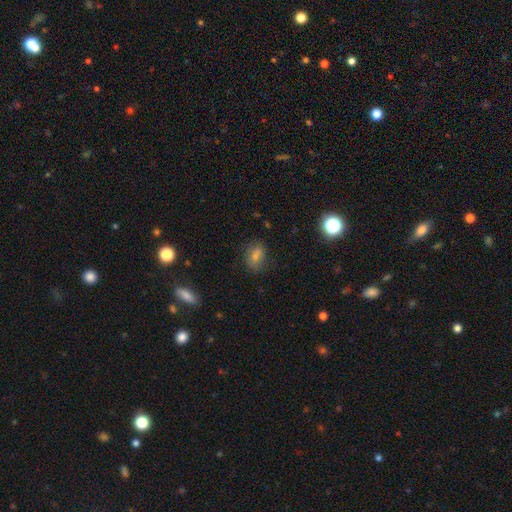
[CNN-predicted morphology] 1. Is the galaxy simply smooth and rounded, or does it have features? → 71% smooth, 14% star or artifact, 14% featured or disk.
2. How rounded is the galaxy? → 69% in between, 29% round, 2% cigar-shaped.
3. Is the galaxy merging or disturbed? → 68% none, 18% minor disturbance, 9% merger, 6% major disturbance.